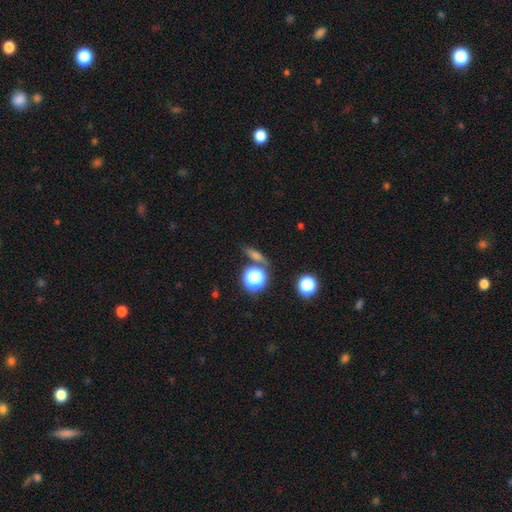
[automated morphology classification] Smooth or featured: smooth — 48% (star or artifact — 27%)
Merging: none — 77% (minor disturbance — 10%)